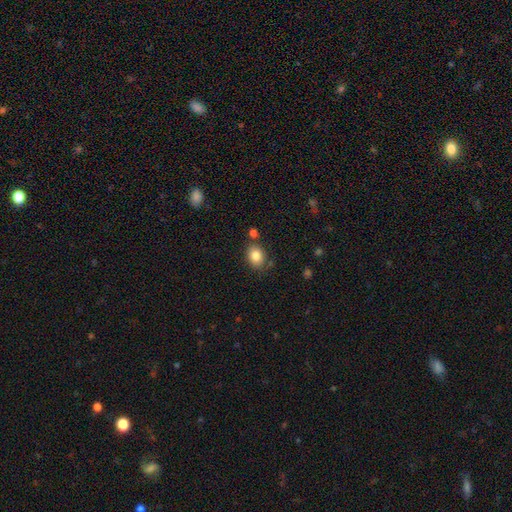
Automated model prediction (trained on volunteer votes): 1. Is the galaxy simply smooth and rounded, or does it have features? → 84% smooth, 9% star or artifact, 7% featured or disk.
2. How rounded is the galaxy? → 59% in between, 40% round, 1% cigar-shaped.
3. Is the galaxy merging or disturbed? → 76% none, 13% minor disturbance, 8% merger, 3% major disturbance.